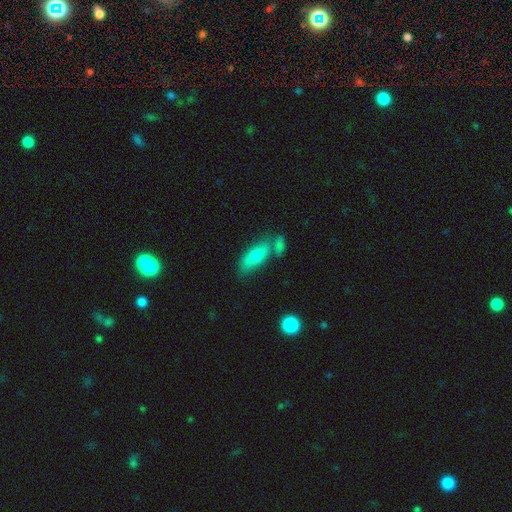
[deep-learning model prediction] Smooth or featured: smooth — 75% (featured or disk — 18%)
How rounded: in between — 74% (cigar-shaped — 23%)
Merging: none — 54% (merger — 24%)